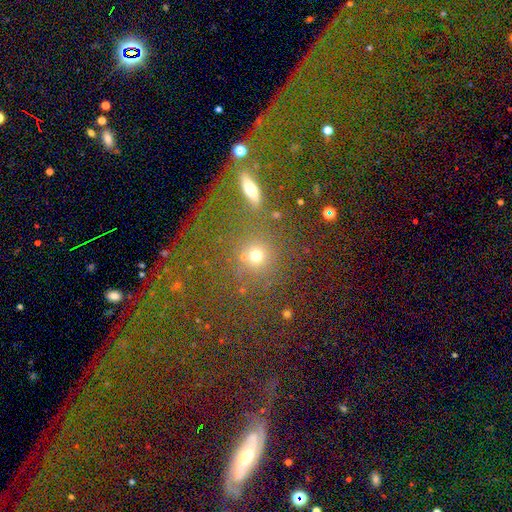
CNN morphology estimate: Smooth or featured?
  - smooth: 63% *
  - star or artifact: 26%
  - featured or disk: 12%
How rounded?
  - round: 85% *
  - in between: 13%
  - cigar-shaped: 2%
Merging?
  - none: 68% *
  - merger: 15%
  - minor disturbance: 10%
  - major disturbance: 7%